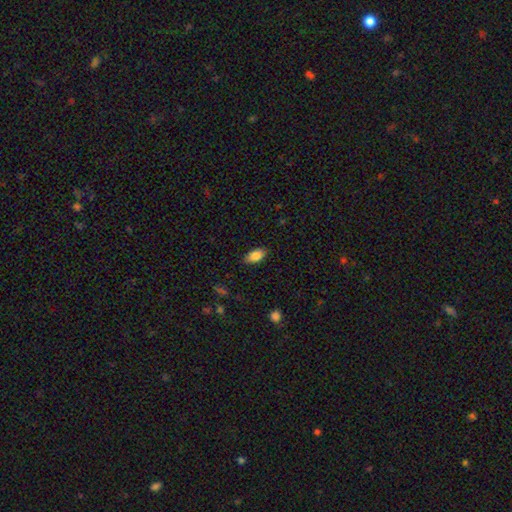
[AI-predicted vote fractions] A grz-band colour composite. It shows a smooth galaxy with no disk features (85%) that is in between round and cigar-shaped (91%). Merging: none (85%).